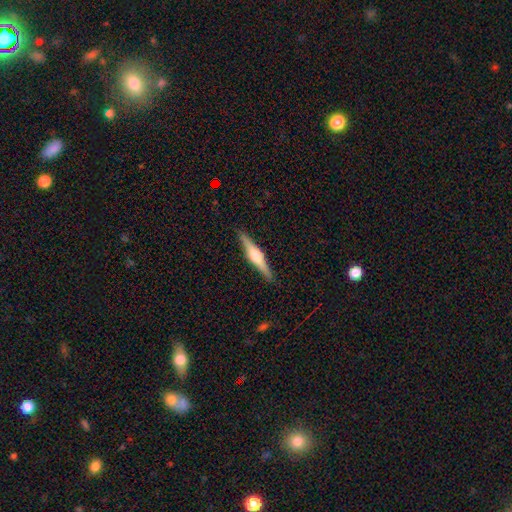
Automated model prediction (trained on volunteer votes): This is likely a featured or disk galaxy (73%). It is clearly viewed edge-on (98%). Edge-on bulge: clearly rounded (89%). Merging: clearly none (91%).